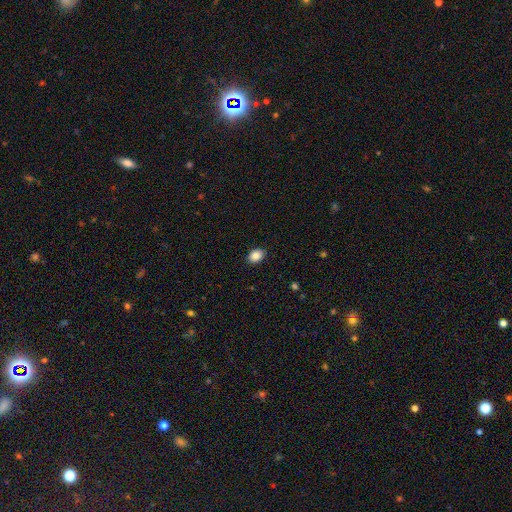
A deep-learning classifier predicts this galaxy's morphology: smooth-or-featured: smooth: 87% | star or artifact: 8% | featured or disk: 4%
  how-rounded: in between: 72% | round: 27% | cigar-shaped: 1%
  merging: none: 89% | minor disturbance: 8% | major disturbance: 2% | merger: 1%